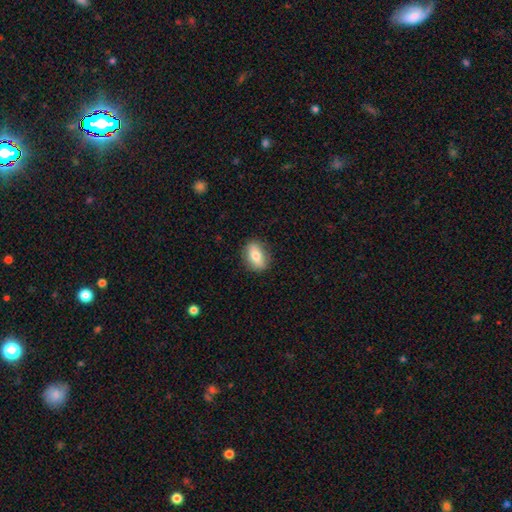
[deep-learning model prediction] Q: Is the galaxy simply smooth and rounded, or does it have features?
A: smooth — 72%.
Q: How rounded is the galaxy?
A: in between — 78%.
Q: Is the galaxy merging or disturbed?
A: none — 85%.